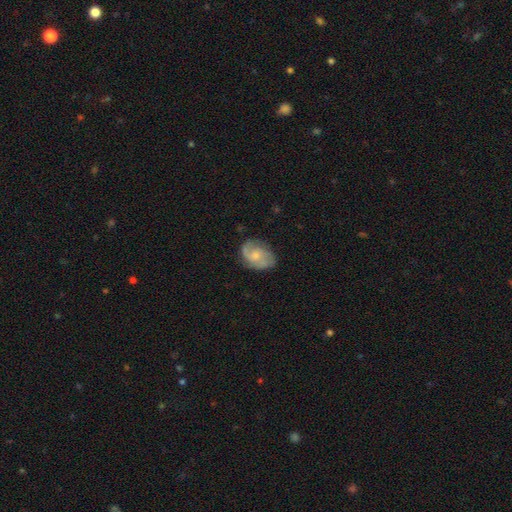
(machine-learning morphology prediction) smooth-or-featured: featured or disk: 66% | smooth: 28% | star or artifact: 6%
  disk-edge-on: no: 97% | yes: 3%
    bar: no: 66% | weak: 30% | strong: 4%
    has-spiral-arms: yes: 90% | no: 10%
      spiral-winding: medium: 46% | loose: 33% | tight: 21%
      spiral-arm-count: 2: 60% | can't tell: 15% | 3: 14% | 1: 7% | 4: 3% | more than 4: 2%
    bulge-size: small: 48% | moderate: 41% | none: 7% | large: 3% | dominant: 1%
  merging: none: 67% | minor disturbance: 22% | major disturbance: 9% | merger: 2%